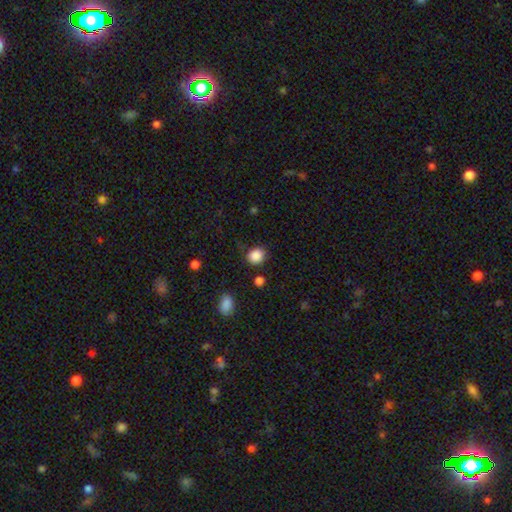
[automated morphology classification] Overall: smooth (87%). How rounded: round (76%). Merging: none (80%).